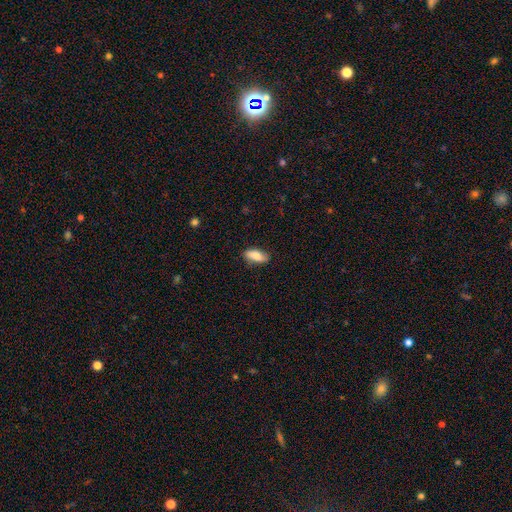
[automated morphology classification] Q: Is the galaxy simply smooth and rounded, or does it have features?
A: smooth — 82%.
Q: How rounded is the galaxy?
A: in between — 83%.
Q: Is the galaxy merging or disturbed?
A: none — 82%.